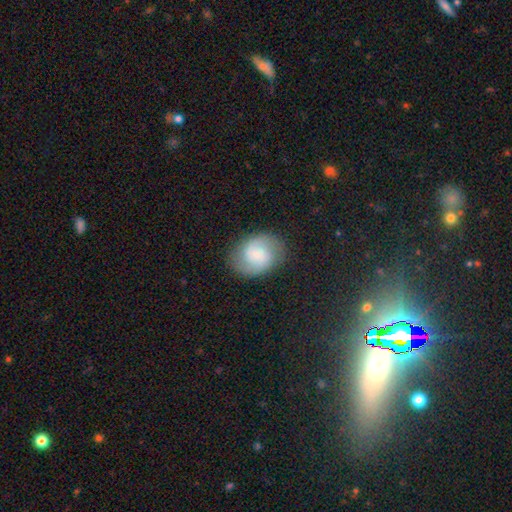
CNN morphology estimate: This is possibly a smooth galaxy (46%). Merging: likely none (78%).